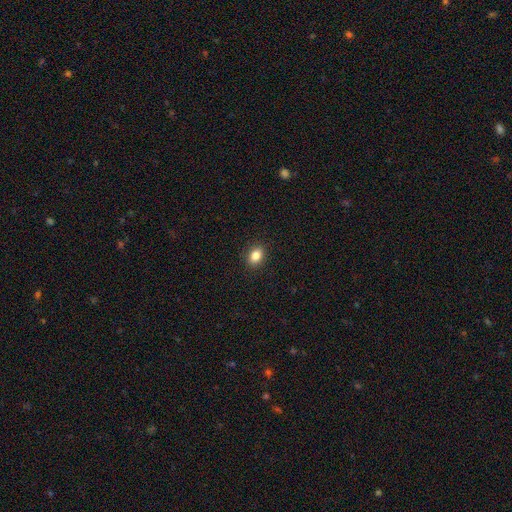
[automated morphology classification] Smooth or featured?
  - smooth: 85% *
  - star or artifact: 10%
  - featured or disk: 6%
How rounded?
  - in between: 71% *
  - round: 28%
  - cigar-shaped: 2%
Merging?
  - none: 89% *
  - minor disturbance: 8%
  - major disturbance: 2%
  - merger: 1%